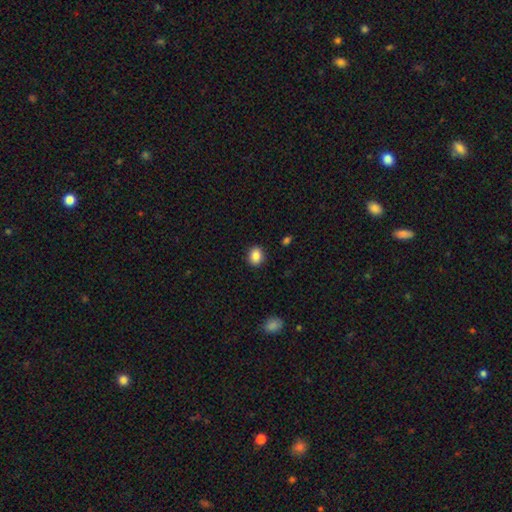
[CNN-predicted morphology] type=smooth (87%); roundness=round (55%); merging=none (90%).